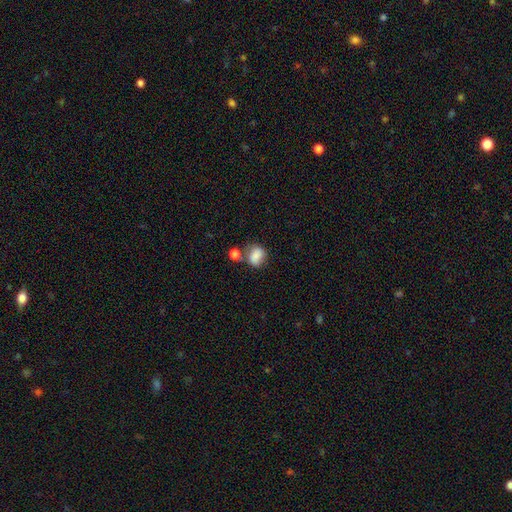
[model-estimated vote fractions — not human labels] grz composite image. It shows a smooth galaxy with no disk features (82%) that is in between round and cigar-shaped (55%). Merging: none (49%).